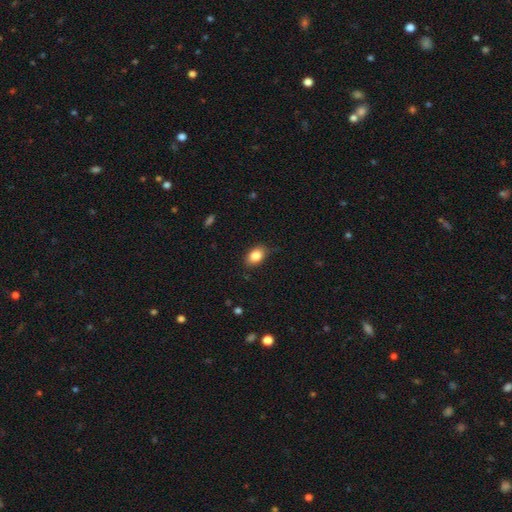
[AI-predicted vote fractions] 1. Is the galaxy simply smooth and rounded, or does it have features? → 85% smooth, 8% star or artifact, 7% featured or disk.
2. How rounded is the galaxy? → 83% in between, 16% round, 1% cigar-shaped.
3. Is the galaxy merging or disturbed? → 80% none, 16% minor disturbance, 3% major disturbance, 1% merger.